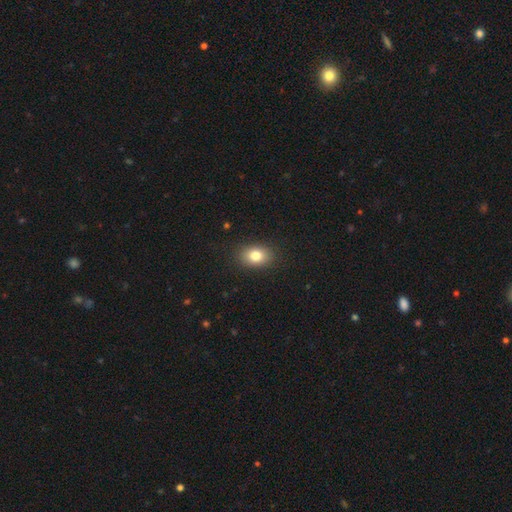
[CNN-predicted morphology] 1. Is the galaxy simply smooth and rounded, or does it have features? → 81% smooth, 10% star or artifact, 9% featured or disk.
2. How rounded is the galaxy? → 75% in between, 24% round, 1% cigar-shaped.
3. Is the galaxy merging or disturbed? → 88% none, 9% minor disturbance, 3% major disturbance, 1% merger.